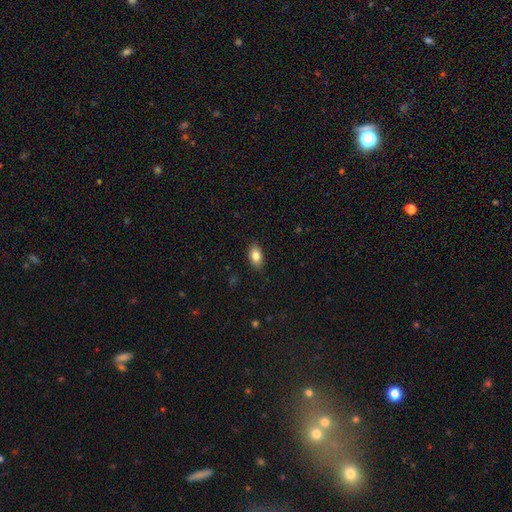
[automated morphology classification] smooth-or-featured: smooth: 83% | featured or disk: 9% | star or artifact: 8%
  how-rounded: in between: 90% | round: 7% | cigar-shaped: 3%
  merging: none: 88% | minor disturbance: 9% | major disturbance: 2% | merger: 1%